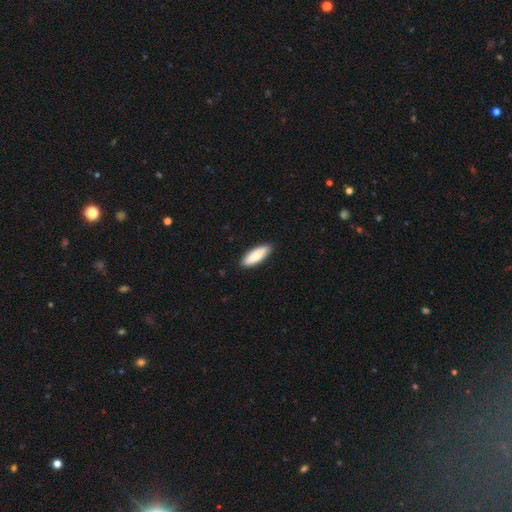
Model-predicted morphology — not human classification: Smooth or featured: smooth — 86% (featured or disk — 9%)
How rounded: in between — 61% (cigar-shaped — 37%)
Merging: none — 90% (minor disturbance — 8%)